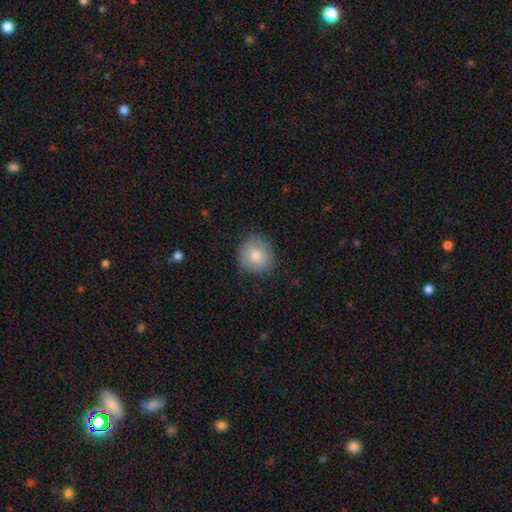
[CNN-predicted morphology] Overall: smooth (79%). How rounded: round (86%). Merging: none (80%).